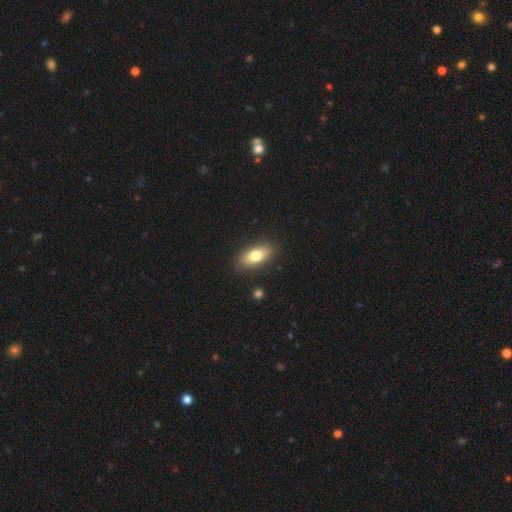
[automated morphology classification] Smooth or featured? Predicted: smooth (p=0.77). How rounded? Predicted: in between (p=0.82). Merging? Predicted: none (p=0.85).